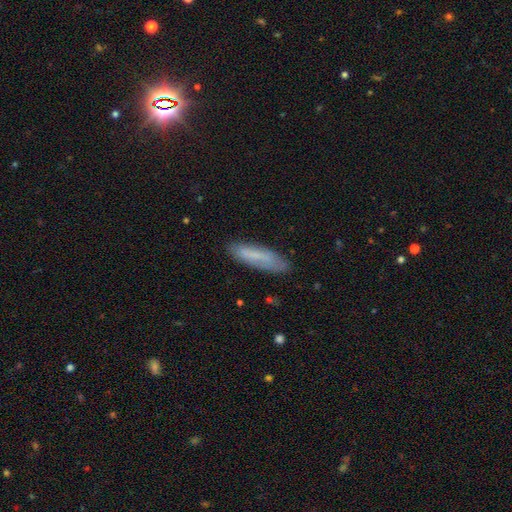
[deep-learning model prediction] Q: Smooth or featured?
A: smooth (65%); runner-up: featured or disk (27%)
Q: How rounded?
A: cigar-shaped (71%); runner-up: in between (27%)
Q: Merging?
A: none (75%); runner-up: minor disturbance (18%)